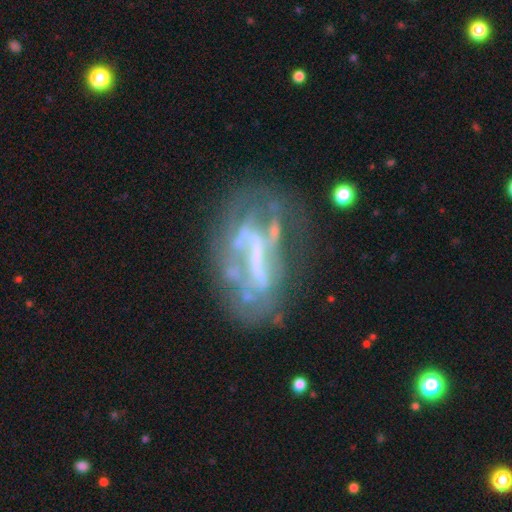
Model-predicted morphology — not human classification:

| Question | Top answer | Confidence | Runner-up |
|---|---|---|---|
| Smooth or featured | featured or disk | 75% | smooth (14%) |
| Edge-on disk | no | 92% | yes (8%) |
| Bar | strong | 46% | no (31%) |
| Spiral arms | no | 68% | yes (32%) |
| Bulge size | none | 58% | small (23%) |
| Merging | none | 43% | major disturbance (28%) |